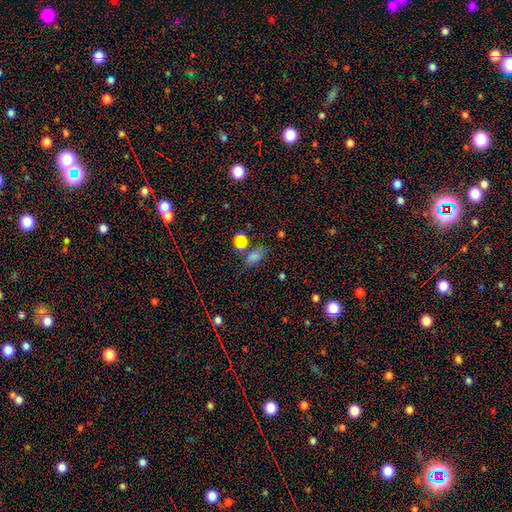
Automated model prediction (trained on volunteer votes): Smooth or featured: smooth — 68% (star or artifact — 22%)
How rounded: in between — 77% (round — 17%)
Merging: none — 63% (minor disturbance — 16%)